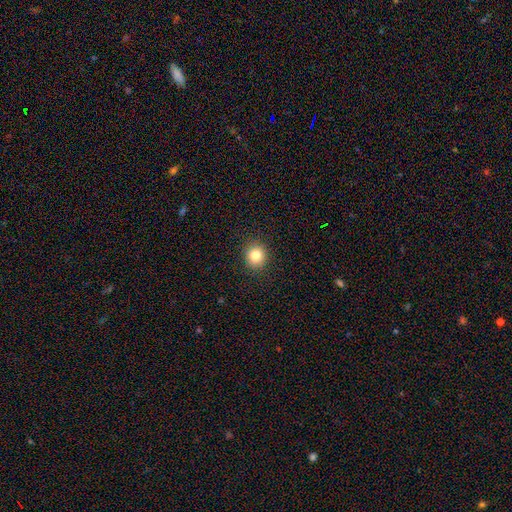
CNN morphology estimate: This is clearly a smooth galaxy (82%). How rounded: clearly round (84%). Merging: clearly none (91%).